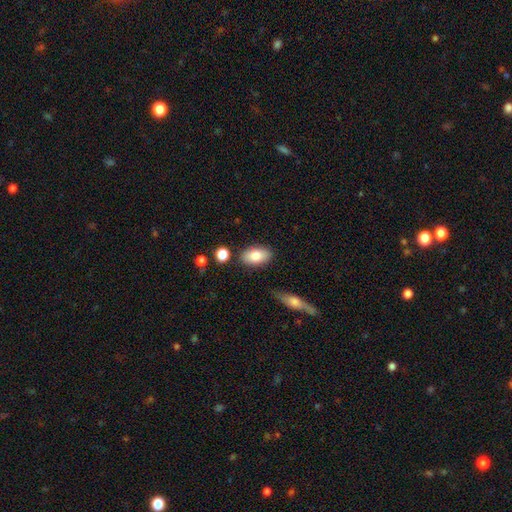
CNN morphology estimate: Smooth or featured: smooth — 81% (featured or disk — 12%)
How rounded: in between — 92% (round — 5%)
Merging: none — 83% (minor disturbance — 10%)